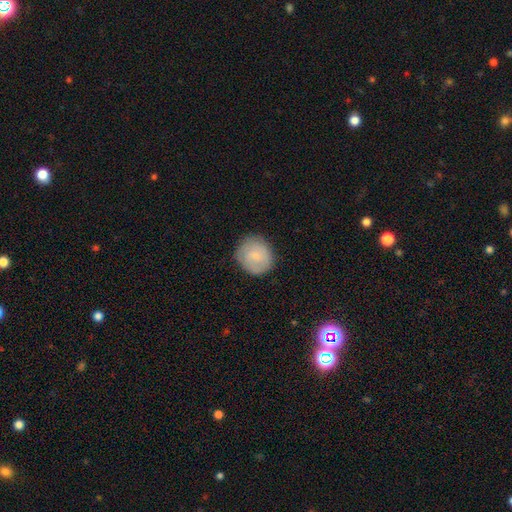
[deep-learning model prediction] A smooth galaxy with no disk features (76%) that is round (88%). Merging: none (79%).